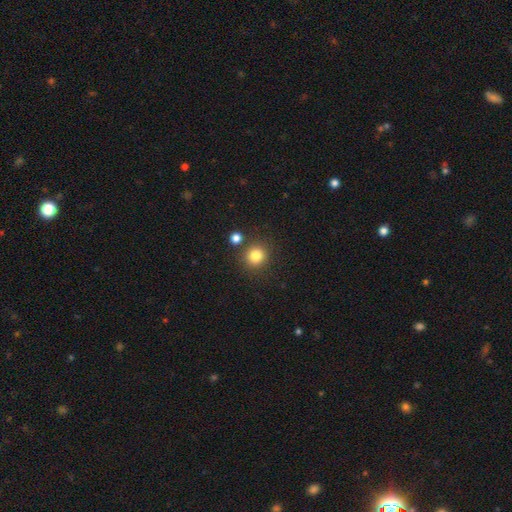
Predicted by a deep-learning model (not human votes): Smooth or featured? smooth (82%)
How rounded? round (91%)
Merging? none (82%)